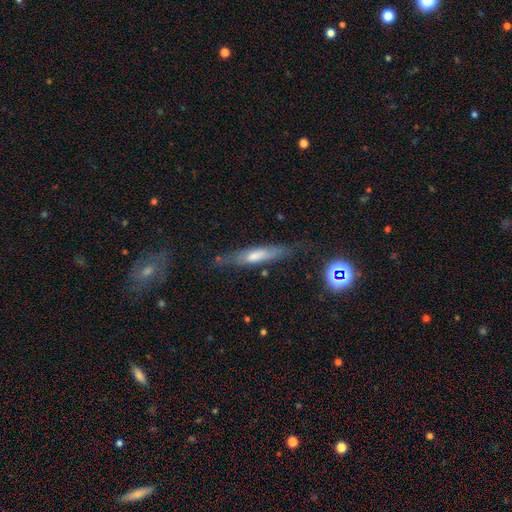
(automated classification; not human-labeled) Overall: featured or disk (47%; smooth 44%). Merging: none (70%).